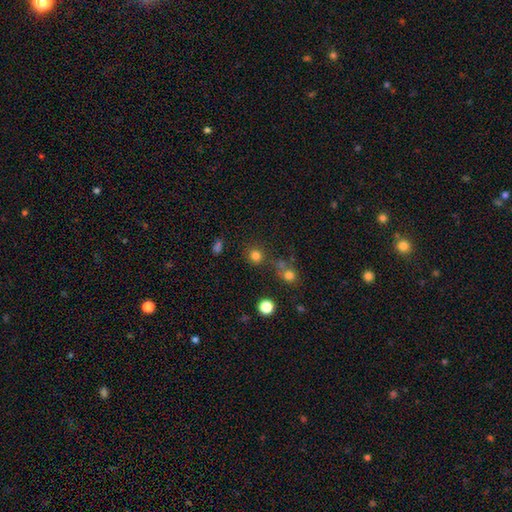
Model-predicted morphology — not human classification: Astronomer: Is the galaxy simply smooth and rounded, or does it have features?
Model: smooth — 78%.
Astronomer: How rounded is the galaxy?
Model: round — 91%.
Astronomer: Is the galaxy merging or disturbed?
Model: none — 77%.